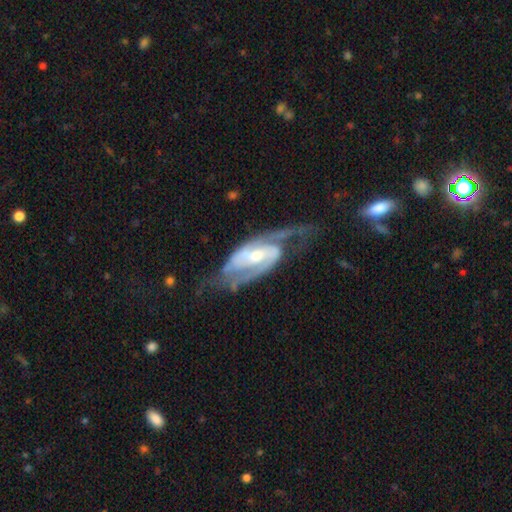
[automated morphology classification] Smooth or featured?
  - featured or disk: 90% *
  - smooth: 5%
  - star or artifact: 4%
Edge-on disk?
  - no: 95% *
  - yes: 5%
Bar?
  - weak: 44% *
  - strong: 34%
  - no: 23%
Spiral arms?
  - yes: 97% *
  - no: 3%
Spiral winding?
  - medium: 51% *
  - tight: 31%
  - loose: 18%
Spiral arm count?
  - 2: 87% *
  - can't tell: 5%
  - 3: 3%
  - 1: 2%
  - 4: 1%
  - more than 4: 1%
Bulge size?
  - moderate: 53% *
  - small: 36%
  - large: 6%
  - none: 3%
  - dominant: 1%
Merging?
  - none: 57% *
  - minor disturbance: 22%
  - major disturbance: 19%
  - merger: 2%